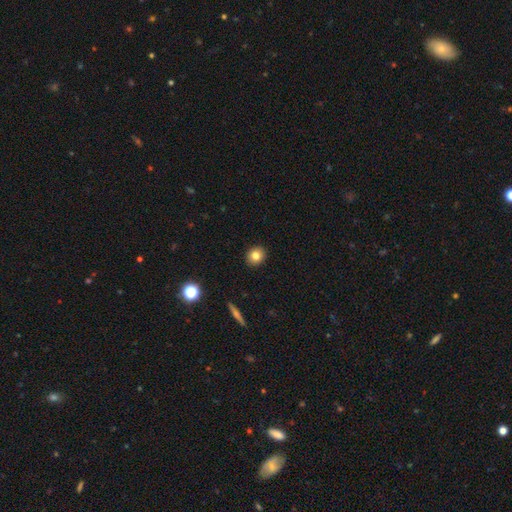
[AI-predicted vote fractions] Smooth or featured?
  - smooth: 80% *
  - star or artifact: 11%
  - featured or disk: 9%
How rounded?
  - round: 78% *
  - in between: 21%
  - cigar-shaped: 1%
Merging?
  - none: 91% *
  - minor disturbance: 6%
  - major disturbance: 2%
  - merger: 1%